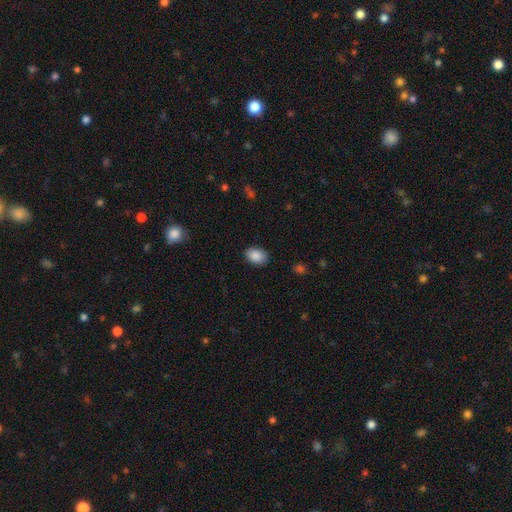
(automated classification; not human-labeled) smooth_or_featured: smooth (p=0.89) [alt: star or artifact p=0.07]
how_rounded: in between (p=0.80) [alt: round p=0.19]
merging: none (p=0.86) [alt: minor disturbance p=0.10]